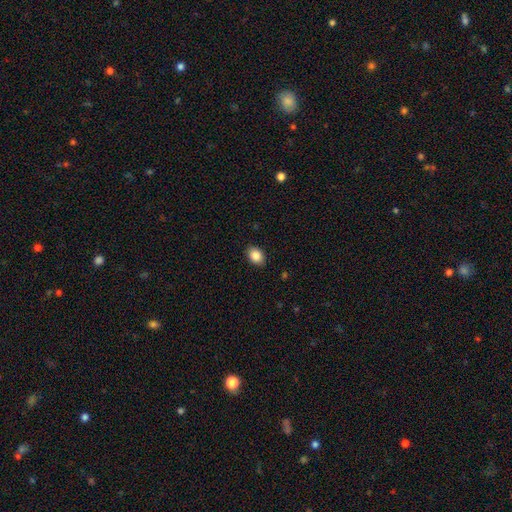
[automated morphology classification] The model was most divided on "how rounded": in between: 77%, round: 21%, cigar-shaped: 1%. More confident: merging — none (89%); smooth or featured — smooth (88%).